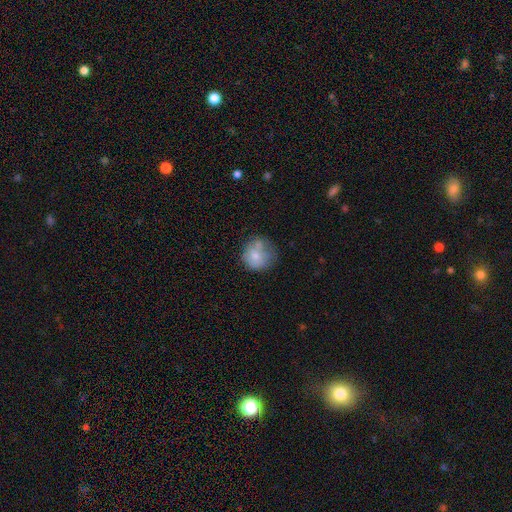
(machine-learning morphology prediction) Smooth or featured: smooth — 69% (featured or disk — 23%)
How rounded: round — 83% (in between — 16%)
Merging: none — 48% (minor disturbance — 27%)